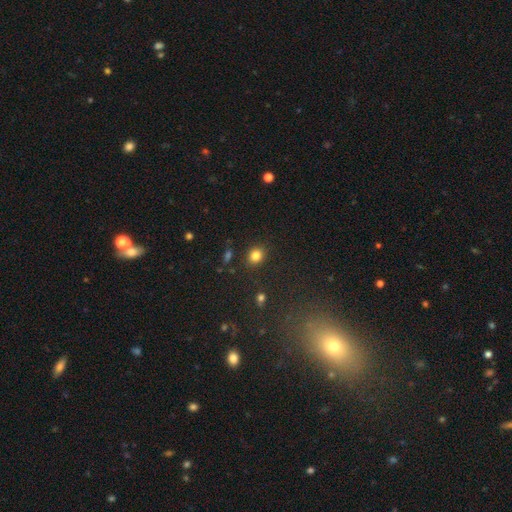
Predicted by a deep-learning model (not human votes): This appears to be a smooth galaxy with no disk features (83%) that is round (65%). Merging: none (87%).